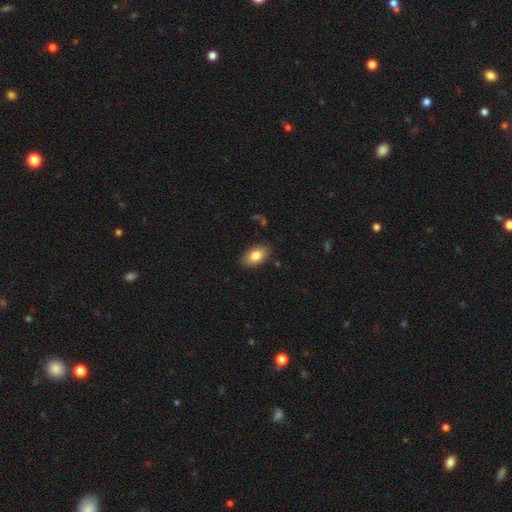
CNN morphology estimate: The model was most divided on "smooth or featured": smooth: 83%, featured or disk: 10%, star or artifact: 7%. More confident: how rounded — in between (91%); merging — none (86%).